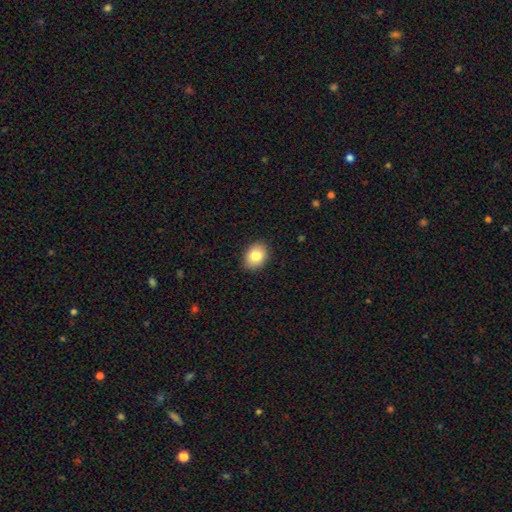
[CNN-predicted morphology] smooth-or-featured: smooth: 83% | featured or disk: 9% | star or artifact: 8%
  how-rounded: in between: 66% | round: 33% | cigar-shaped: 1%
  merging: none: 89% | minor disturbance: 8% | major disturbance: 2% | merger: 1%